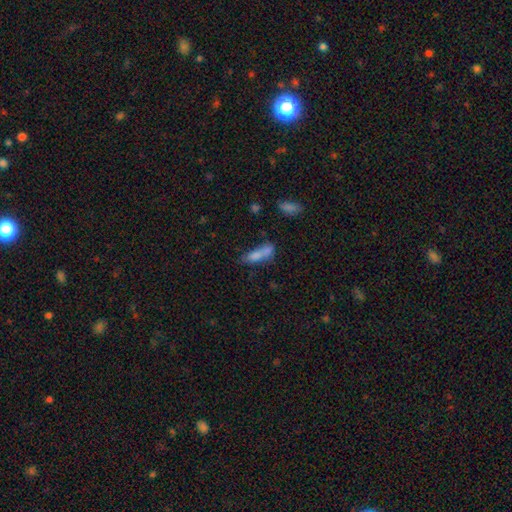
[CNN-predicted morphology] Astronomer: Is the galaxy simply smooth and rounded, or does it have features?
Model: smooth — 73%.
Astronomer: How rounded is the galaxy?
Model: in between — 51% (runner-up: cigar-shaped, 46%).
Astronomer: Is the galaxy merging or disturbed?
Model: none — 35% (runner-up: merger, 33%).